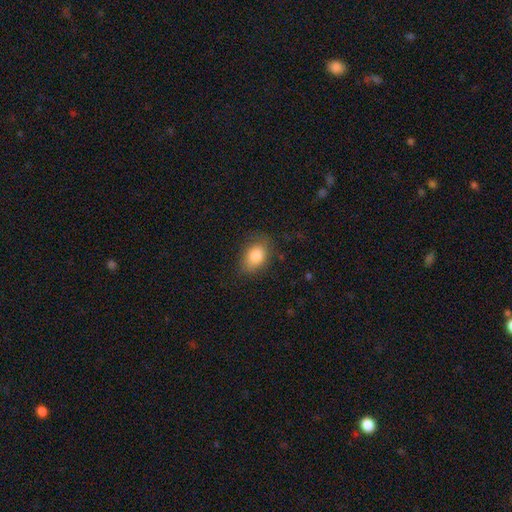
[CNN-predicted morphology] Smooth or featured: smooth — 84% (featured or disk — 8%)
How rounded: in between — 80% (round — 18%)
Merging: none — 73% (minor disturbance — 20%)